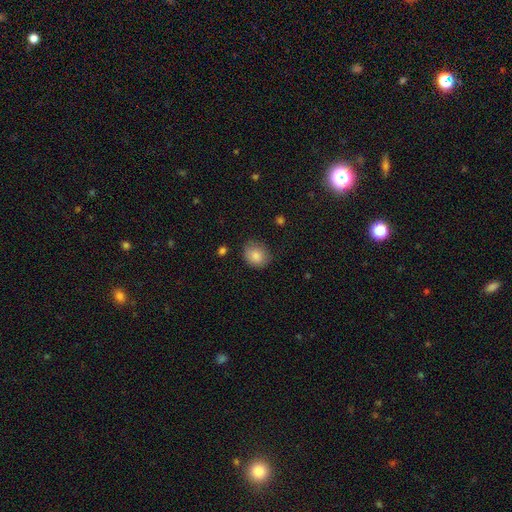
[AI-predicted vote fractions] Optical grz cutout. It shows a smooth galaxy with no disk features (84%) that is round (69%). Merging: none (73%).